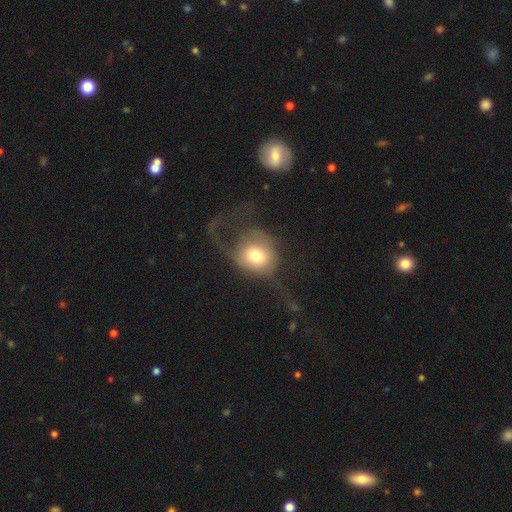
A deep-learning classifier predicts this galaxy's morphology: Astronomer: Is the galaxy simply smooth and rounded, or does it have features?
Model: smooth — 64%.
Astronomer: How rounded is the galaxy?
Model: round — 73%.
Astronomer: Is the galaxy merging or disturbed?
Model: major disturbance — 59%.